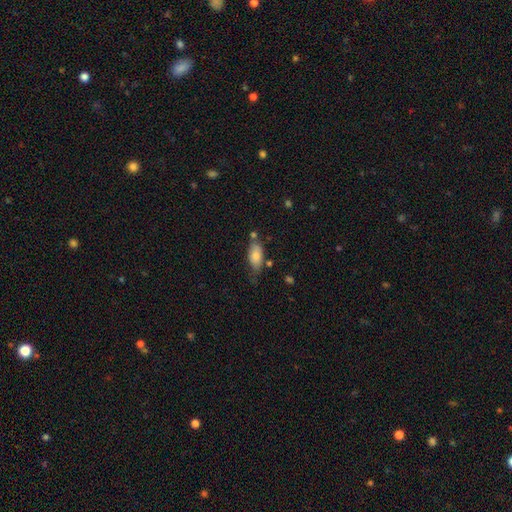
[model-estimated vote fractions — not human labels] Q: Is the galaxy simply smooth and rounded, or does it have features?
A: smooth — 79%.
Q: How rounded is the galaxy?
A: in between — 86%.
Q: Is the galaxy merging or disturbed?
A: none — 59%.